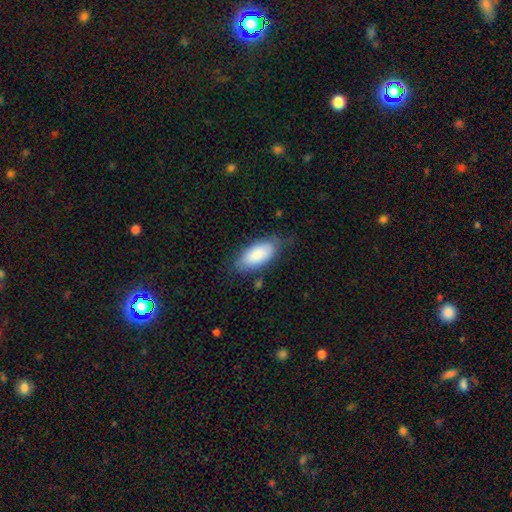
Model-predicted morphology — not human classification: This is clearly a smooth galaxy (85%). How rounded: clearly in between (90%). Merging: likely none (70%).